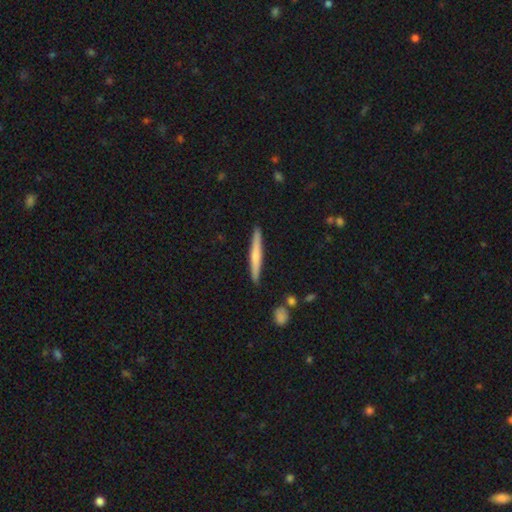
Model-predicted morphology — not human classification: Q: Smooth or featured?
A: smooth (52%); runner-up: featured or disk (43%)
Q: How rounded?
A: cigar-shaped (96%); runner-up: in between (3%)
Q: Merging?
A: none (90%); runner-up: minor disturbance (7%)